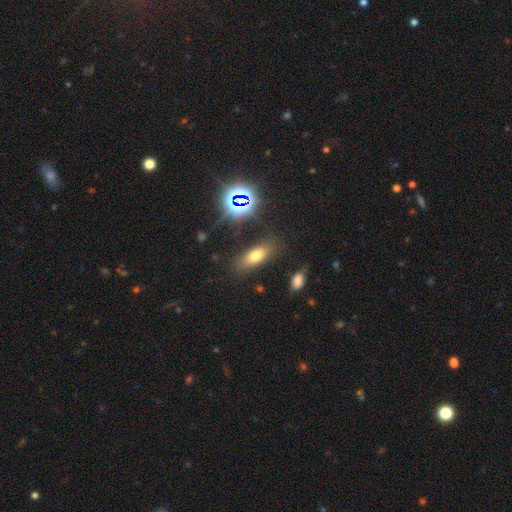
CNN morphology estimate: Smooth or featured: smooth — 67% (star or artifact — 18%)
How rounded: in between — 72% (cigar-shaped — 23%)
Merging: none — 80% (minor disturbance — 12%)